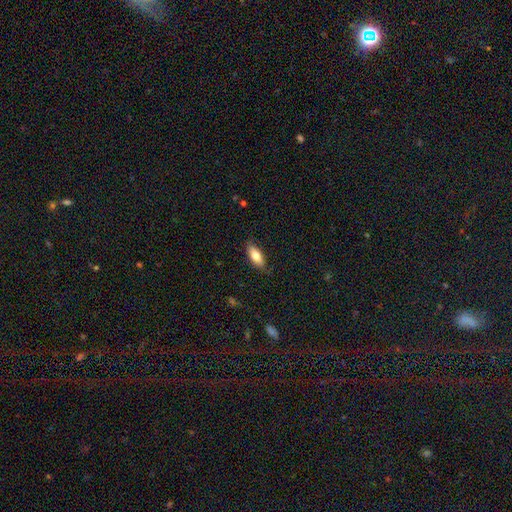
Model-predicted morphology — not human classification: Smooth or featured?
  - smooth: 76% *
  - featured or disk: 17%
  - star or artifact: 6%
How rounded?
  - in between: 74% *
  - cigar-shaped: 23%
  - round: 2%
Merging?
  - none: 83% *
  - minor disturbance: 13%
  - major disturbance: 3%
  - merger: 1%